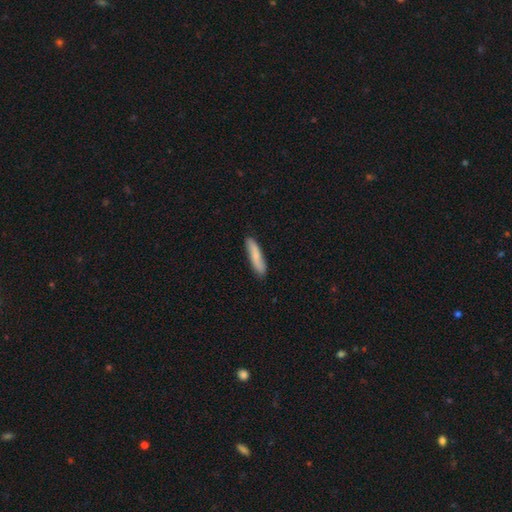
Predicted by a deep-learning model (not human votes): Smooth or featured? Predicted: smooth (p=0.74). How rounded? Predicted: cigar-shaped (p=0.82). Merging? Predicted: none (p=0.86).